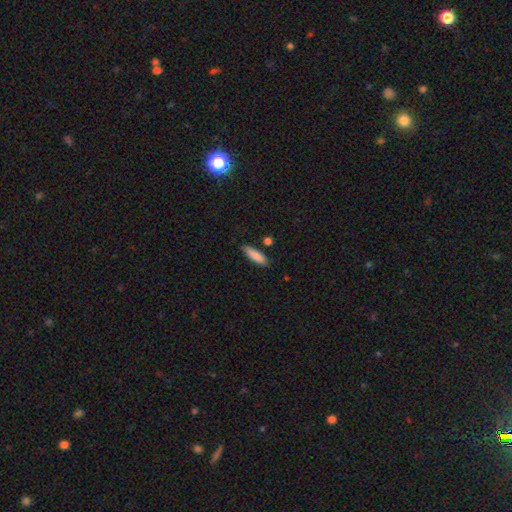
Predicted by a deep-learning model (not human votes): Overall: smooth (85%). How rounded: cigar-shaped (60%; in between 38%). Merging: none (82%).